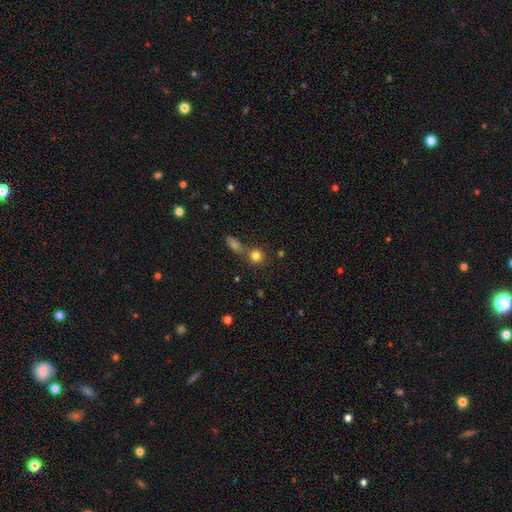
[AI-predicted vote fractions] Q: Smooth or featured?
A: smooth (80%); runner-up: star or artifact (12%)
Q: How rounded?
A: round (87%); runner-up: in between (12%)
Q: Merging?
A: none (64%); runner-up: merger (23%)